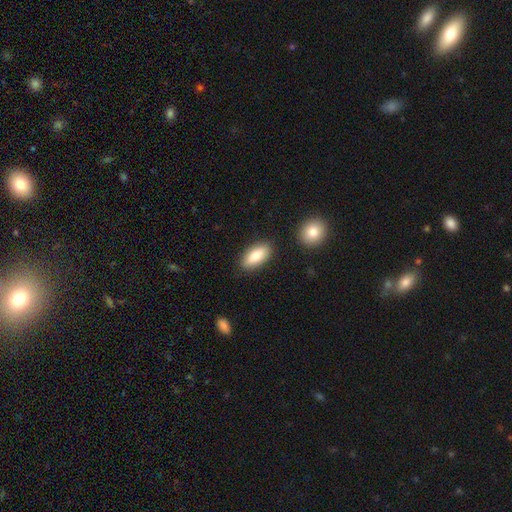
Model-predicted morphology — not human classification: Q: Smooth or featured?
A: smooth (81%); runner-up: featured or disk (13%)
Q: How rounded?
A: in between (84%); runner-up: cigar-shaped (13%)
Q: Merging?
A: none (84%); runner-up: minor disturbance (10%)